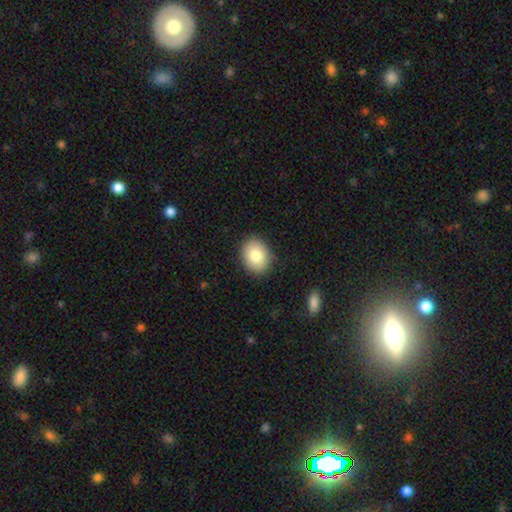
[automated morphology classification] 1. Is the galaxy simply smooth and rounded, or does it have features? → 82% smooth, 10% featured or disk, 8% star or artifact.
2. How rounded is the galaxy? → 58% in between, 41% round, 1% cigar-shaped.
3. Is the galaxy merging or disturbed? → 87% none, 10% minor disturbance, 2% major disturbance, 1% merger.